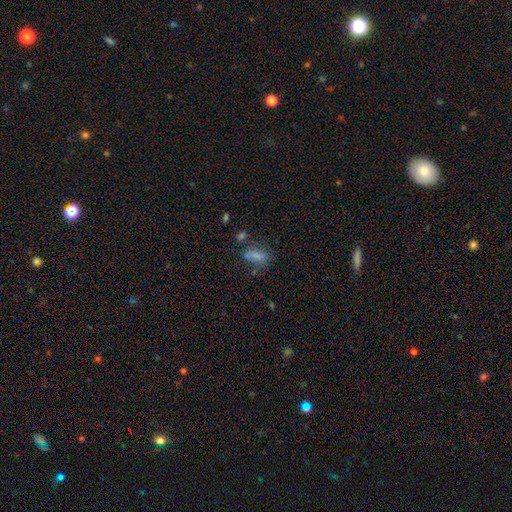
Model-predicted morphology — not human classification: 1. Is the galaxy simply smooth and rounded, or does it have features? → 71% smooth, 15% star or artifact, 13% featured or disk.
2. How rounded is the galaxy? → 68% in between, 25% cigar-shaped, 7% round.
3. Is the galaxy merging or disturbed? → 50% none, 21% minor disturbance, 16% major disturbance, 13% merger.